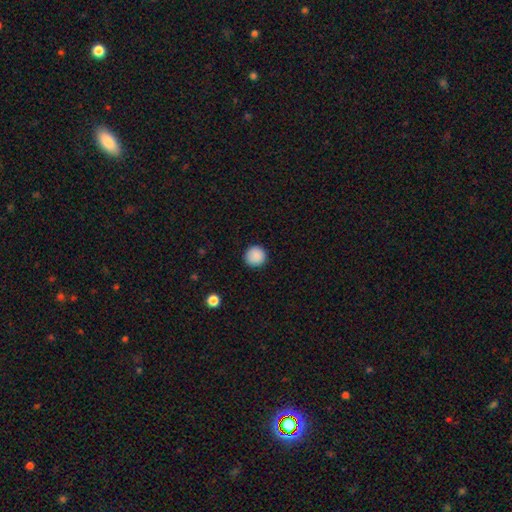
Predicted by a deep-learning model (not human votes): smooth_or_featured: smooth (p=0.89) [alt: star or artifact p=0.08]
how_rounded: round (p=0.95) [alt: in between p=0.04]
merging: none (p=0.91) [alt: minor disturbance p=0.06]